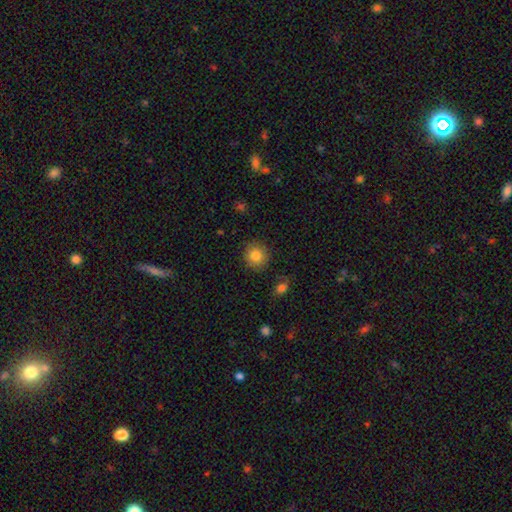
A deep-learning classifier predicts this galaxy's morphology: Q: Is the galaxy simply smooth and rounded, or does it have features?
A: smooth — 84%.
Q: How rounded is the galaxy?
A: round — 90%.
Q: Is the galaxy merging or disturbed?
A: none — 88%.